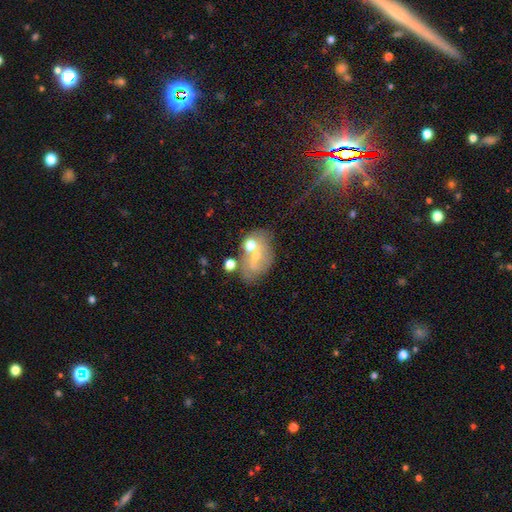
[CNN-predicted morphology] featured or disk 46%, smooth 34%, star or artifact 21%. Down the decision tree: merging — none (49%).